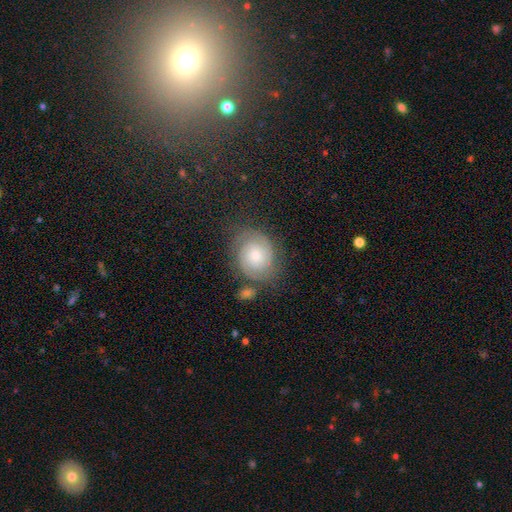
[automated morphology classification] Q: Smooth or featured?
A: featured or disk (69%); runner-up: smooth (24%)
Q: Edge-on disk?
A: no (98%); runner-up: yes (2%)
Q: Bar?
A: no (76%); runner-up: weak (21%)
Q: Spiral arms?
A: yes (93%); runner-up: no (7%)
Q: Spiral winding?
A: tight (64%); runner-up: medium (28%)
Q: Spiral arm count?
A: 2 (68%); runner-up: can't tell (16%)
Q: Bulge size?
A: small (50%); runner-up: moderate (42%)
Q: Merging?
A: none (71%); runner-up: minor disturbance (17%)